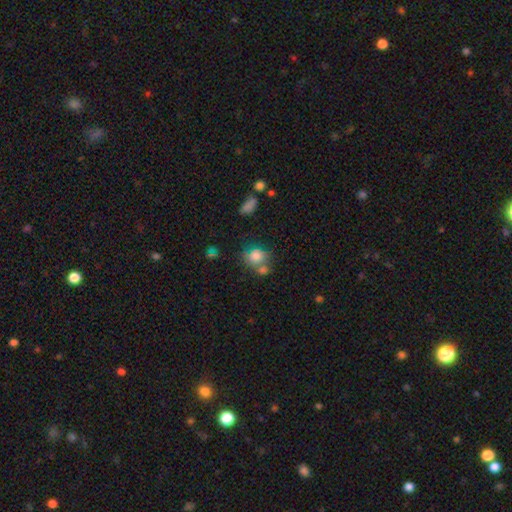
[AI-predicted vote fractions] Overall: smooth (78%). How rounded: round (73%). Merging: none (48%; merger 30%).